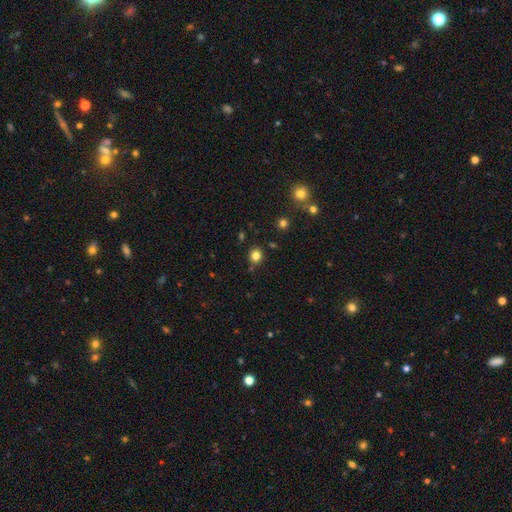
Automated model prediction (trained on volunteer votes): smooth-or-featured: smooth: 82% | star or artifact: 13% | featured or disk: 5%
  how-rounded: round: 81% | in between: 18% | cigar-shaped: 1%
  merging: none: 85% | minor disturbance: 9% | merger: 4% | major disturbance: 2%